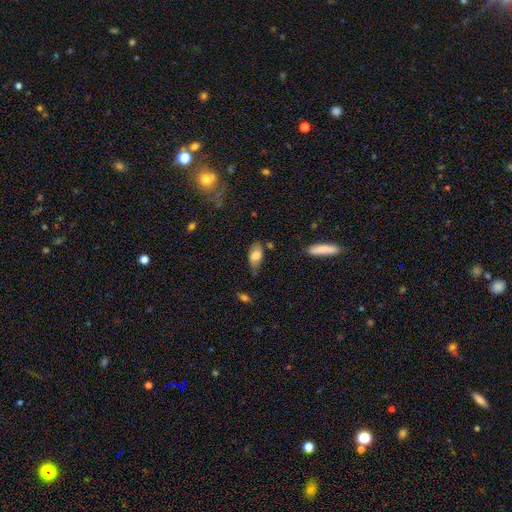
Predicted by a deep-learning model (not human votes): Q: Smooth or featured?
A: smooth (74%); runner-up: featured or disk (18%)
Q: How rounded?
A: in between (89%); runner-up: cigar-shaped (5%)
Q: Merging?
A: none (59%); runner-up: minor disturbance (30%)